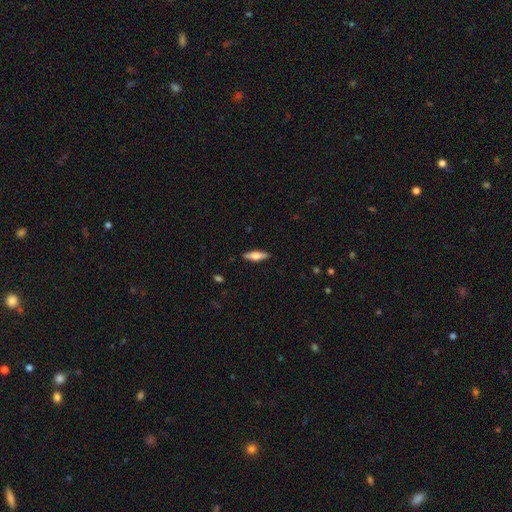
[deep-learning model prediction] Overall: smooth (48%; featured or disk 46%). Merging: none (89%).